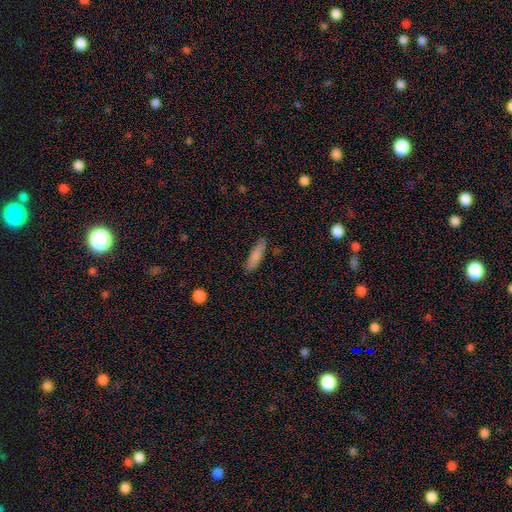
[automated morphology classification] This appears to be a smooth galaxy with no disk features (82%) that is cigar-shaped (66%). Merging: none (81%).